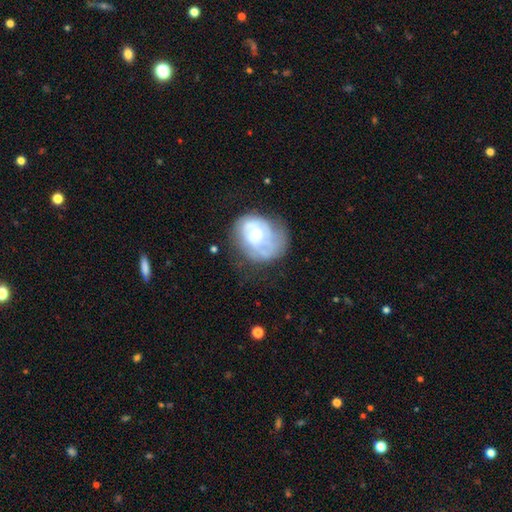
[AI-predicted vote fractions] Smooth or featured: featured or disk — 61% (smooth — 30%)
Edge-on disk: no — 97% (yes — 3%)
Bar: no — 77% (weak — 19%)
Spiral arms: yes — 68% (no — 32%)
Bulge size: small — 47% (tied with moderate — 47%)
Merging: none — 55% (minor disturbance — 27%)